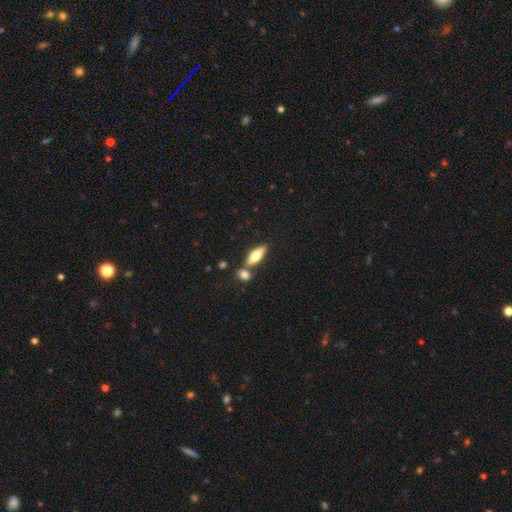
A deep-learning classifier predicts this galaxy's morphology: A smooth galaxy with no disk features (59%) that is in between round and cigar-shaped (60%). Merging: none (66%).